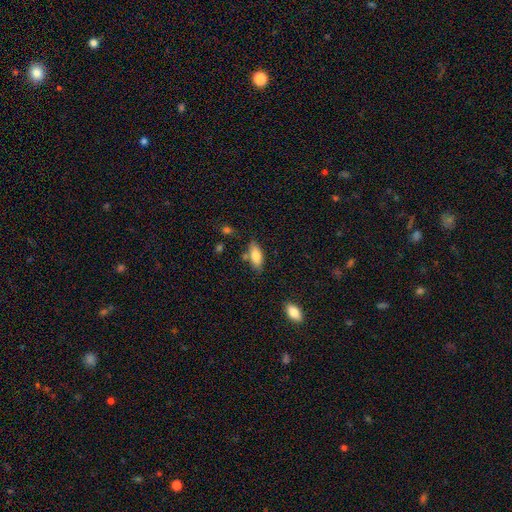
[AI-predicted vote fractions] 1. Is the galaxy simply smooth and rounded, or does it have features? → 80% smooth, 13% featured or disk, 7% star or artifact.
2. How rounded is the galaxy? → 82% in between, 16% cigar-shaped, 2% round.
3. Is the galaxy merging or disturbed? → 73% none, 16% minor disturbance, 7% merger, 3% major disturbance.